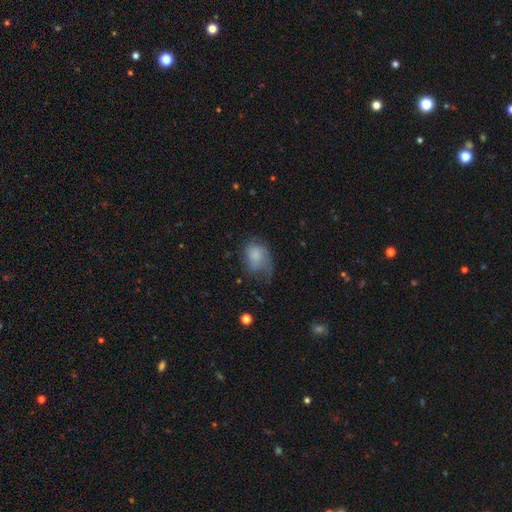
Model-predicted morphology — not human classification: This is likely a smooth galaxy (70%). How rounded: likely in between (71%). Merging: marginally none (35%).